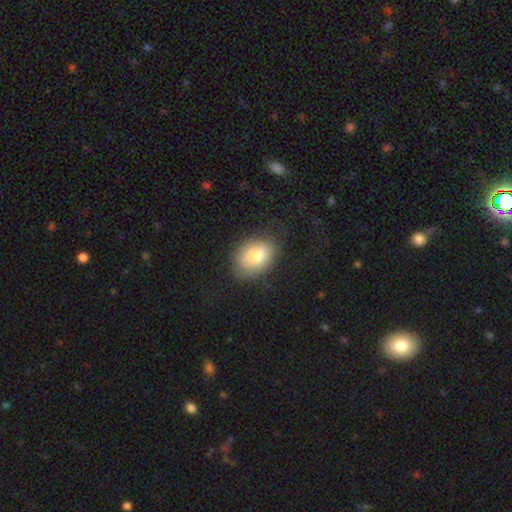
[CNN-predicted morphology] Smooth or featured: smooth — 78% (featured or disk — 15%)
How rounded: in between — 76% (round — 23%)
Merging: none — 73% (minor disturbance — 19%)